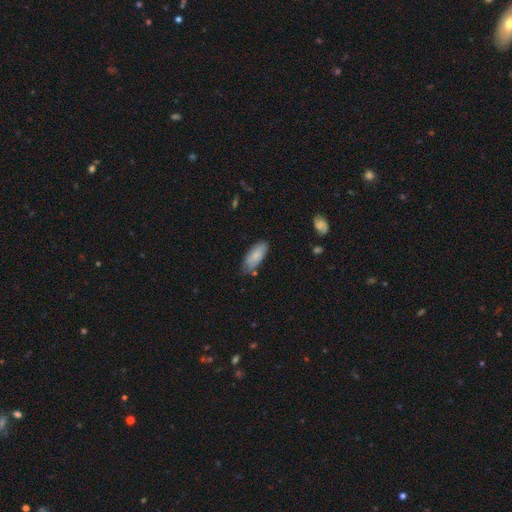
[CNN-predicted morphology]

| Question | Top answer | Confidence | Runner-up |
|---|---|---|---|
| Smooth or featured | smooth | 77% | featured or disk (16%) |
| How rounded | in between | 83% | cigar-shaped (15%) |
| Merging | none | 68% | minor disturbance (25%) |